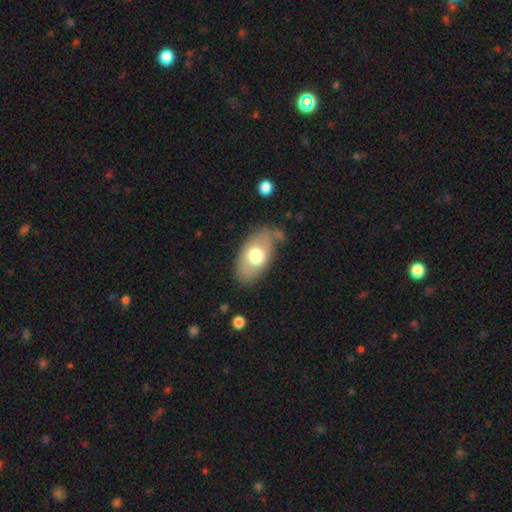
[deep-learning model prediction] smooth_or_featured: smooth (p=0.68) [alt: featured or disk p=0.26]
how_rounded: in between (p=0.93) [alt: round p=0.05]
merging: none (p=0.71) [alt: minor disturbance p=0.19]